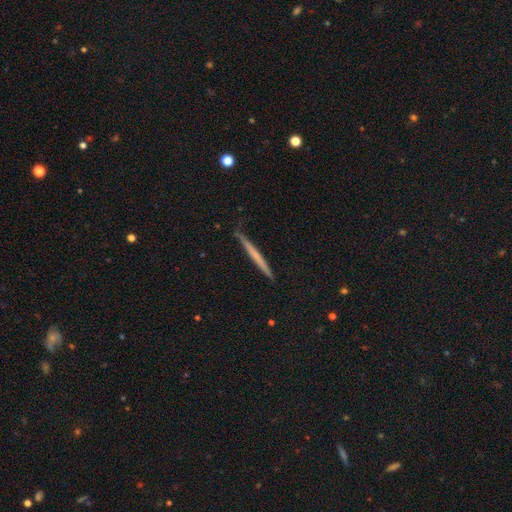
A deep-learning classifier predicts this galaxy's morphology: type=smooth (51%); roundness=cigar-shaped (97%); merging=none (86%).